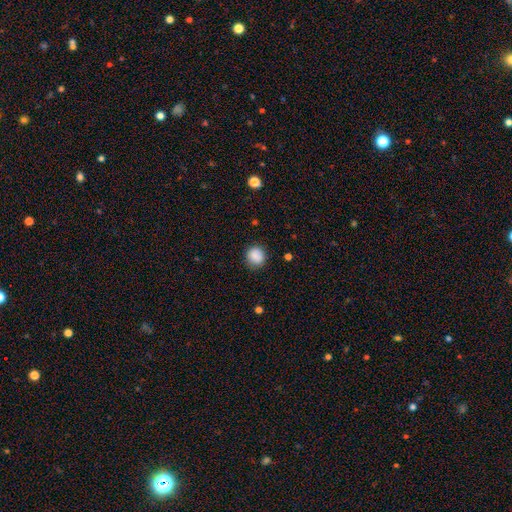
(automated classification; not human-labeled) Smooth or featured?
  - smooth: 88% *
  - star or artifact: 9%
  - featured or disk: 4%
How rounded?
  - round: 85% *
  - in between: 14%
  - cigar-shaped: 1%
Merging?
  - none: 84% *
  - minor disturbance: 11%
  - major disturbance: 3%
  - merger: 1%